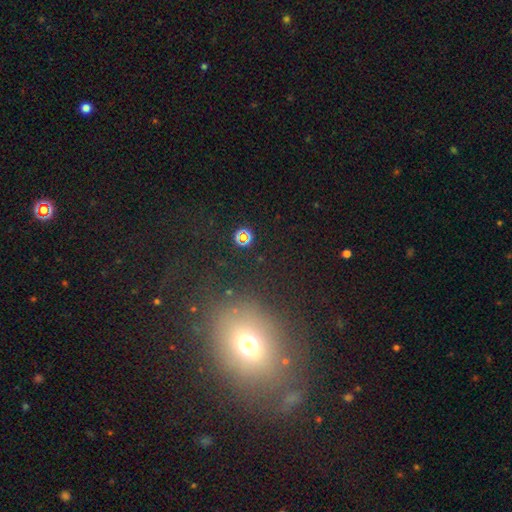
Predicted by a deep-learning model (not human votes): smooth-or-featured: smooth: 58% | star or artifact: 24% | featured or disk: 18%
  how-rounded: in between: 59% | round: 40% | cigar-shaped: 2%
  merging: none: 71% | minor disturbance: 15% | major disturbance: 10% | merger: 3%